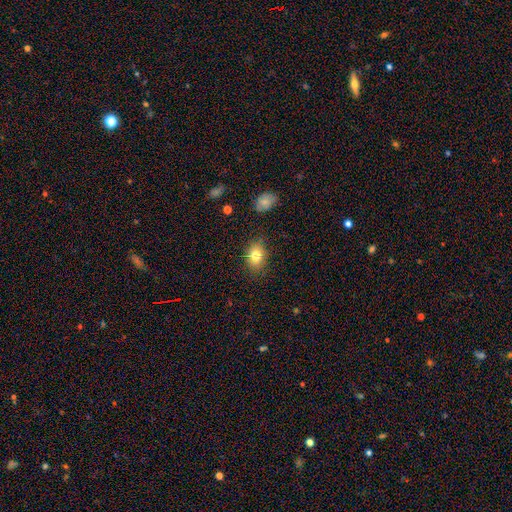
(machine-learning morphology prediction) This is clearly a smooth galaxy (81%). How rounded: likely in between (72%). Merging: clearly none (83%).